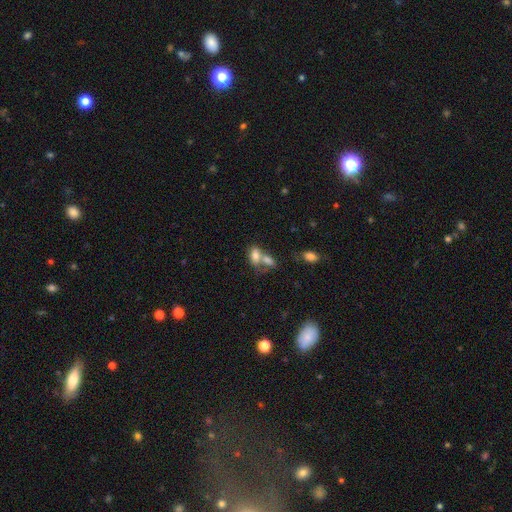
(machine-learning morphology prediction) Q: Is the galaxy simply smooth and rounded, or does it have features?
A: smooth — 76%.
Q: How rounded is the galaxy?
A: in between — 88%.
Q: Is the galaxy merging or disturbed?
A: merger — 60%.